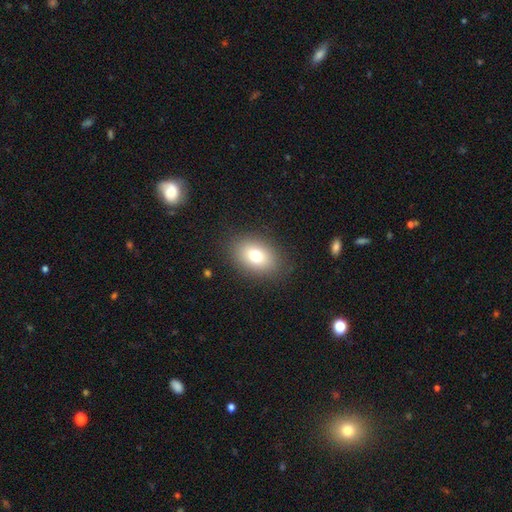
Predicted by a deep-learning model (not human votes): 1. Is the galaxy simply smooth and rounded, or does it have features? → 76% smooth, 13% featured or disk, 11% star or artifact.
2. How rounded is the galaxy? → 76% in between, 22% round, 1% cigar-shaped.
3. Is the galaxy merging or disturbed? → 86% none, 9% minor disturbance, 4% major disturbance, 1% merger.